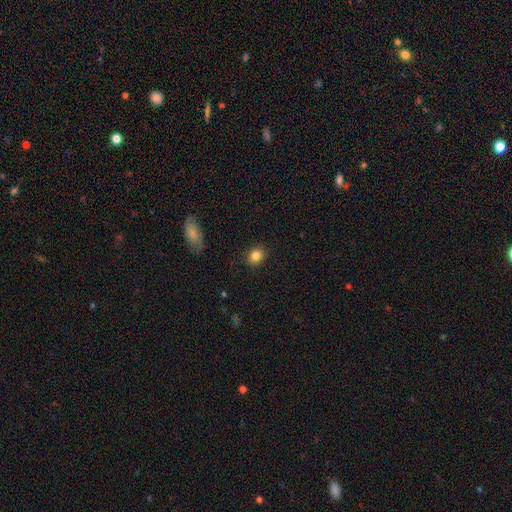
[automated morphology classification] This appears to be a smooth galaxy with no disk features (84%) that is round (59%). Merging: none (88%).